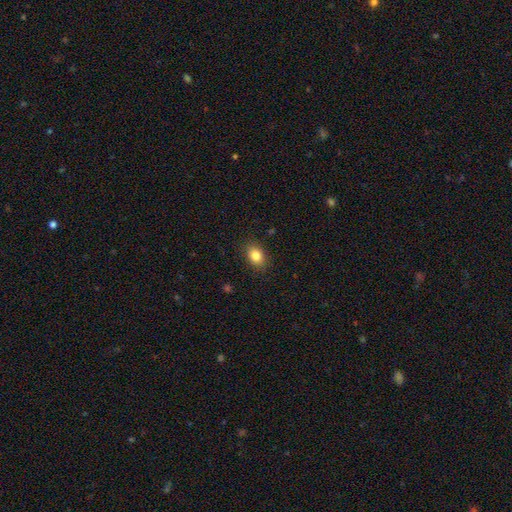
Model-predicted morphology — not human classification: smooth 84%, star or artifact 10%, featured or disk 7%. Down the decision tree: how rounded — in between (69%); merging — none (87%).